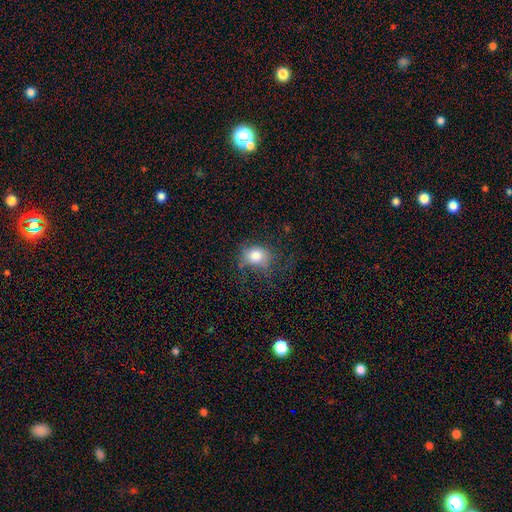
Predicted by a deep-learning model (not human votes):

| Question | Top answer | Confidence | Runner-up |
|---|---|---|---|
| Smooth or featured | smooth | 79% | featured or disk (10%) |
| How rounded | round | 53% | in between (46%) |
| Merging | none | 53% | minor disturbance (25%) |